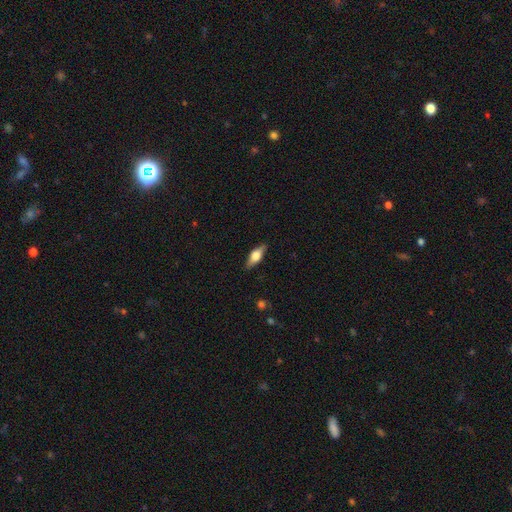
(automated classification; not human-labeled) Smooth or featured? Predicted: smooth (p=0.48). Merging? Predicted: none (p=0.86).